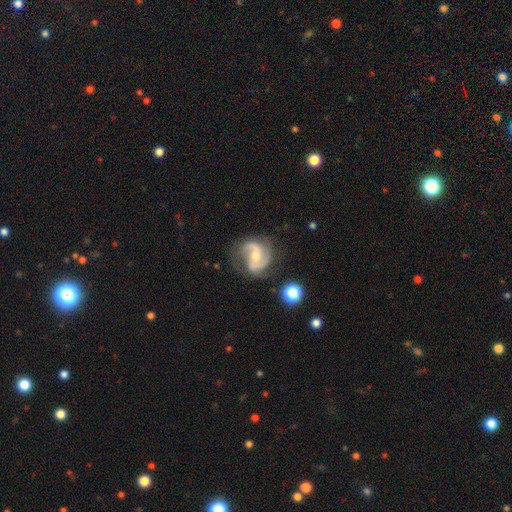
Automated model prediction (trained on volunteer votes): This is clearly a featured or disk galaxy (86%). It is clearly not viewed edge-on (98%). Bar: marginally no (43%). Spiral arm pattern: clearly yes (96%). Spiral arm count: likely 2 (80%). Spiral winding: possibly medium (52%). Central bulge: possibly moderate (52%). Merging: likely none (66%).